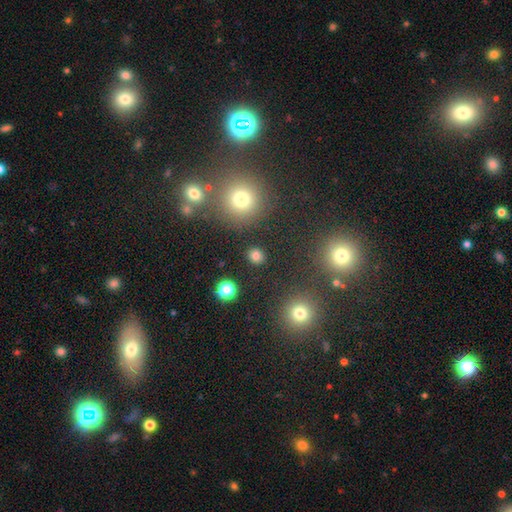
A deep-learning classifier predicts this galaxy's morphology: A smooth galaxy with no disk features (80%) that is round (80%). Merging: none (89%).